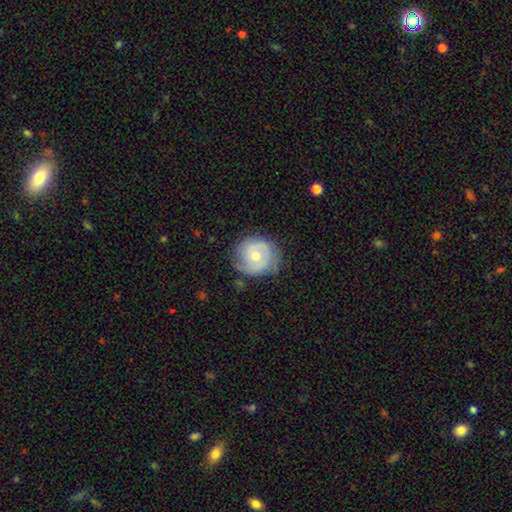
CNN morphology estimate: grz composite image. It shows a featured or disk galaxy (66%) with no bar (71%), 2 (53%) tight (56%) spiral arms (84%) and a moderate central bulge (60%). Merging: none (71%).